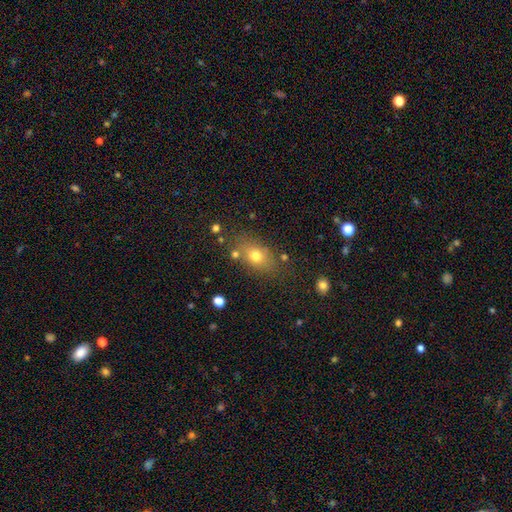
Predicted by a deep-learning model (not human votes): A smooth galaxy with no disk features (72%) that is in between round and cigar-shaped (70%).

Vote fractions:
- Smooth or featured? smooth: 72% / featured or disk: 15% / star or artifact: 13%
- How rounded? in between: 70% / round: 27% / cigar-shaped: 3%
- Merging? none: 74% / minor disturbance: 14% / merger: 6% / major disturbance: 5%